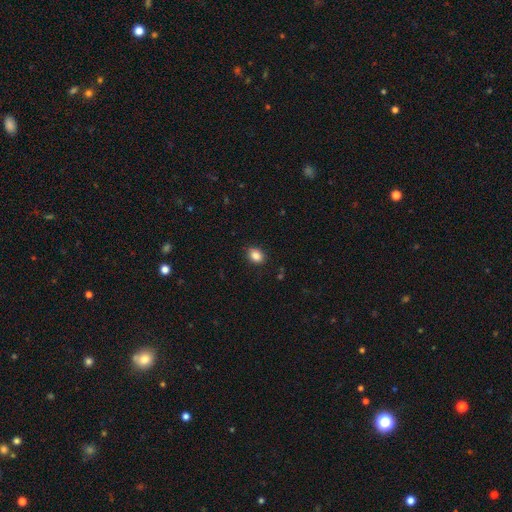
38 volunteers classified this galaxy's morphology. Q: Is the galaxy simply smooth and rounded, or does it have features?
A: smooth — 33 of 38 (87%).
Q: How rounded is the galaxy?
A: in between — 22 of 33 (67%).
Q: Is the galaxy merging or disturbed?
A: none — 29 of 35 (83%).